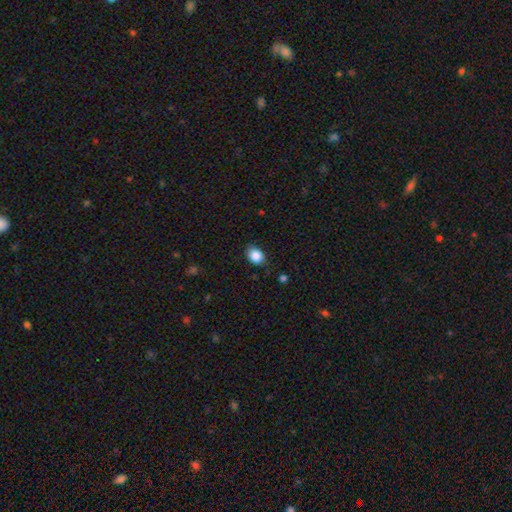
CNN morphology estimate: smooth 87%, star or artifact 9%, featured or disk 4%. Down the decision tree: how rounded — in between (60%); merging — none (81%).